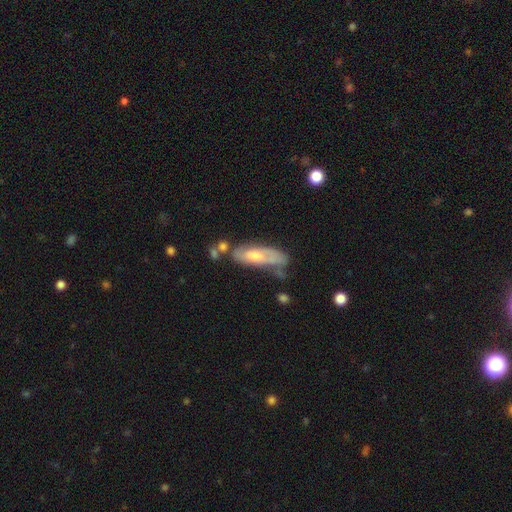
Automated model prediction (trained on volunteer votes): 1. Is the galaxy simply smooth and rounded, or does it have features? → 52% featured or disk, 36% smooth, 11% star or artifact.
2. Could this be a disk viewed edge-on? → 55% no, 45% yes.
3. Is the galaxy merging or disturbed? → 54% none, 22% minor disturbance, 14% merger, 10% major disturbance.